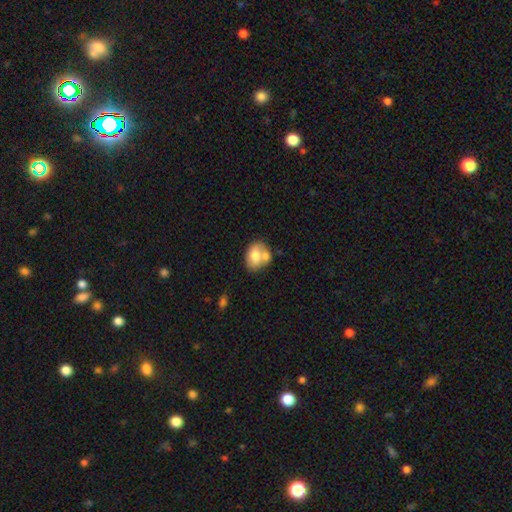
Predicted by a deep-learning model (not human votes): A smooth galaxy with no disk features (70%) that is in between round and cigar-shaped (65%).

Vote fractions:
- Smooth or featured? smooth: 70% / featured or disk: 23% / star or artifact: 7%
- How rounded? in between: 65% / round: 34% / cigar-shaped: 1%
- Merging? merger: 44% / none: 37% / minor disturbance: 14% / major disturbance: 5%